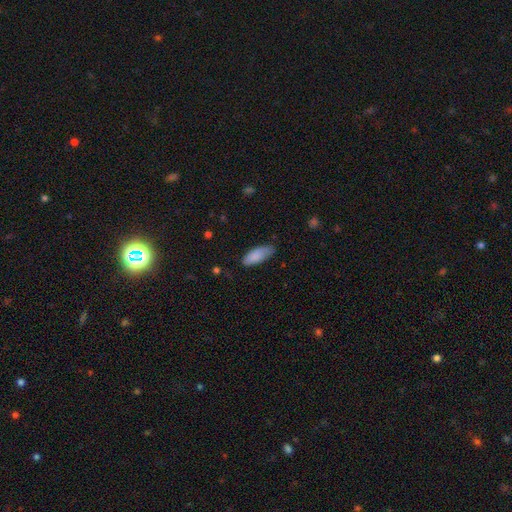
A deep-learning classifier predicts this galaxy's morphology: A smooth galaxy with no disk features (86%) that is in between round and cigar-shaped (79%). Merging: none (66%).